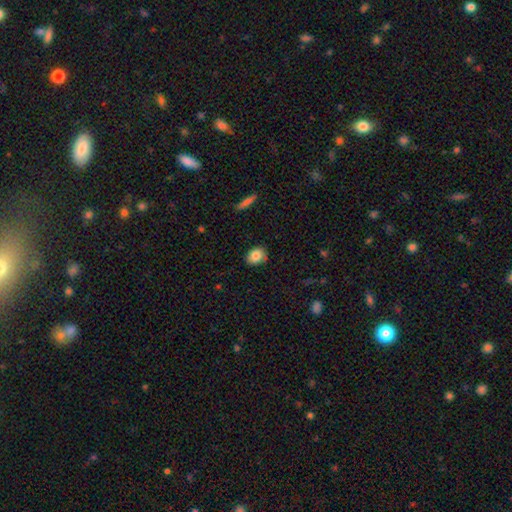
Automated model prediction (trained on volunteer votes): A smooth galaxy with no disk features (83%) that is in between round and cigar-shaped (63%).

Vote fractions:
- Smooth or featured? smooth: 83% / featured or disk: 9% / star or artifact: 8%
- How rounded? in between: 63% / round: 36% / cigar-shaped: 1%
- Merging? none: 84% / minor disturbance: 13% / major disturbance: 2% / merger: 1%